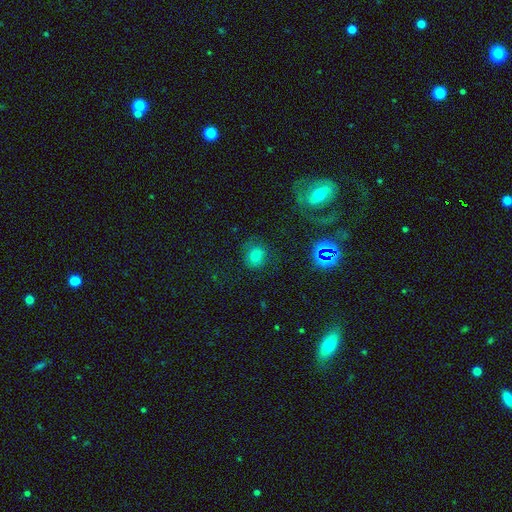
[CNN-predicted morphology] Smooth or featured? smooth (73%)
How rounded? round (77%)
Merging? none (76%)